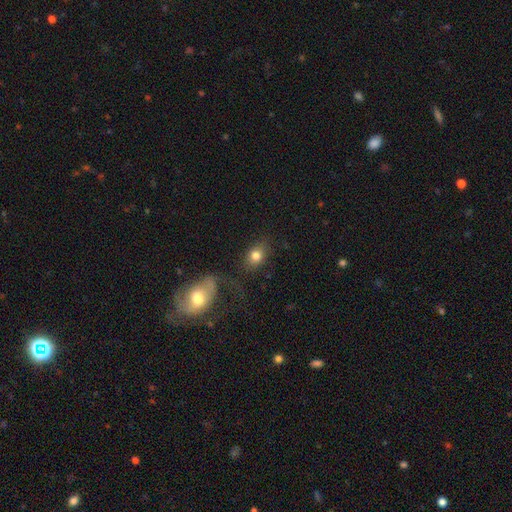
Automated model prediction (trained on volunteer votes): The model was most divided on "how rounded": in between: 66%, round: 32%, cigar-shaped: 2%. More confident: smooth or featured — smooth (78%); merging — none (66%).